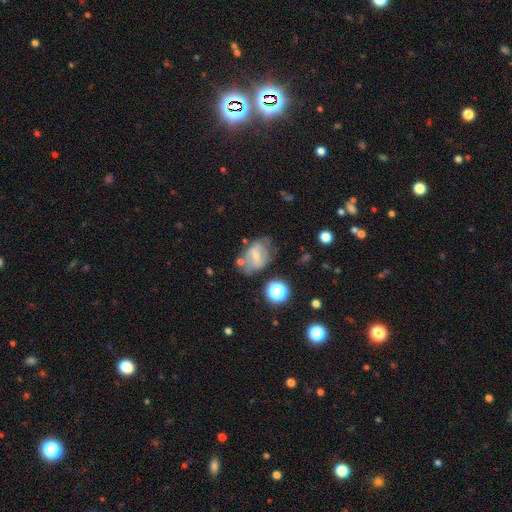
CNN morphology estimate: Smooth or featured? Predicted: featured or disk (p=0.48). Merging? Predicted: none (p=0.49).